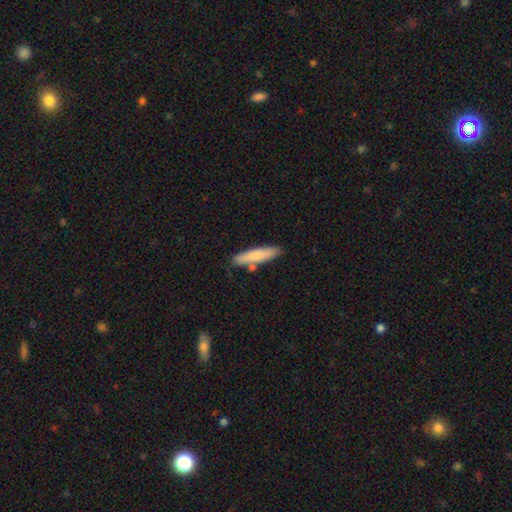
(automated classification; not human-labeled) Overall: smooth (77%). How rounded: cigar-shaped (81%). Merging: none (80%).